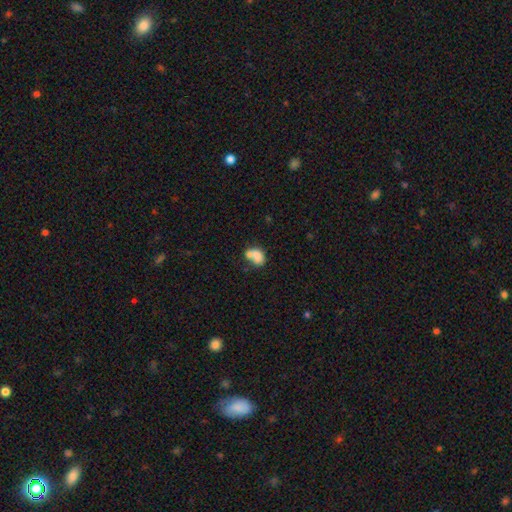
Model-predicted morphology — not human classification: smooth-or-featured: smooth: 75% | featured or disk: 16% | star or artifact: 9%
  how-rounded: in between: 70% | round: 29% | cigar-shaped: 1%
  merging: merger: 54% | none: 25% | minor disturbance: 13% | major disturbance: 8%